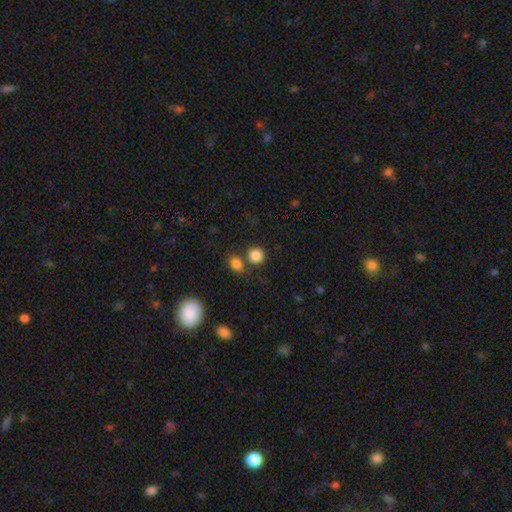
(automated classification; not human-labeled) This appears to be a smooth galaxy with no disk features (84%) that is round (89%). Merging: none (67%).